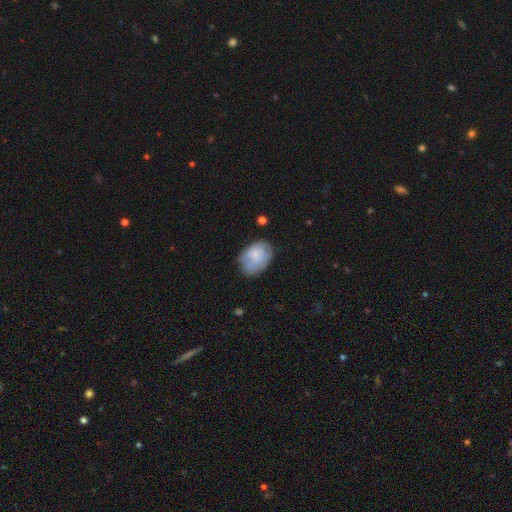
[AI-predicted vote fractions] A smooth galaxy with no disk features (69%) that is in between round and cigar-shaped (80%). Merging: none (55%).